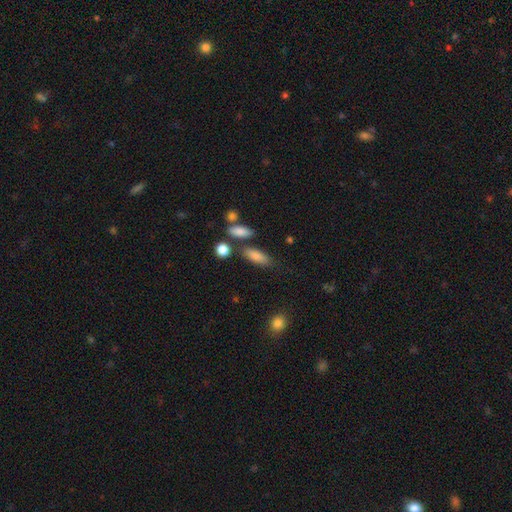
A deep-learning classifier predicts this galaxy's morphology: A smooth galaxy with no disk features (79%) that is in between round and cigar-shaped (70%).

Vote fractions:
- Smooth or featured? smooth: 79% / featured or disk: 12% / star or artifact: 8%
- How rounded? in between: 70% / cigar-shaped: 26% / round: 4%
- Merging? none: 71% / minor disturbance: 15% / merger: 10% / major disturbance: 5%